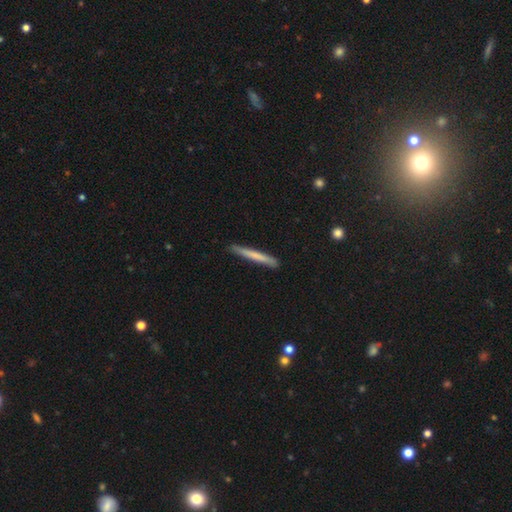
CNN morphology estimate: smooth 67%, featured or disk 27%, star or artifact 6%. Down the decision tree: how rounded — cigar-shaped (97%); merging — none (88%).